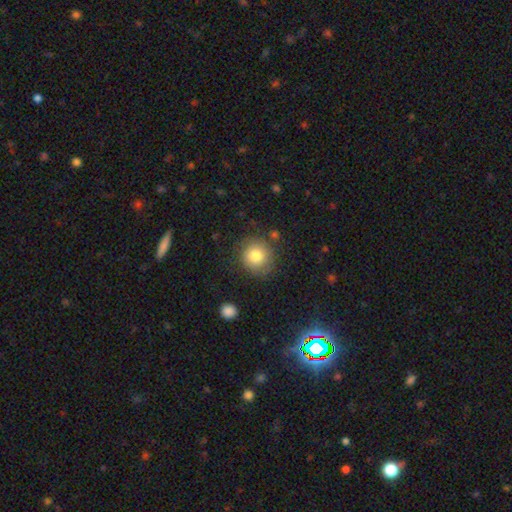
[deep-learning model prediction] A smooth galaxy with no disk features (80%) that is round (90%).

Vote fractions:
- Smooth or featured? smooth: 80% / featured or disk: 10% / star or artifact: 10%
- How rounded? round: 90% / in between: 9% / cigar-shaped: 1%
- Merging? none: 82% / minor disturbance: 11% / major disturbance: 4% / merger: 3%